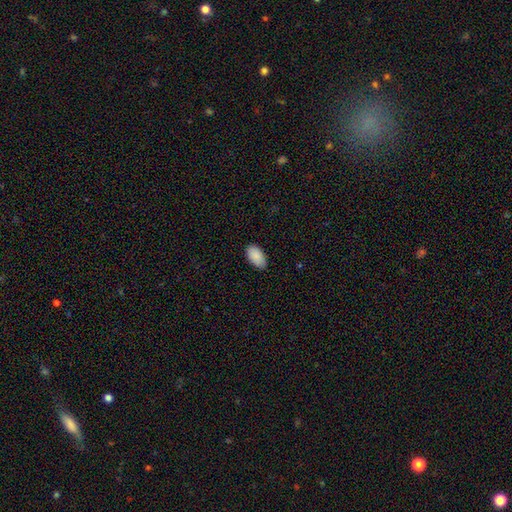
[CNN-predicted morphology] Smooth or featured? Predicted: smooth (p=0.89). How rounded? Predicted: in between (p=0.95). Merging? Predicted: none (p=0.83).